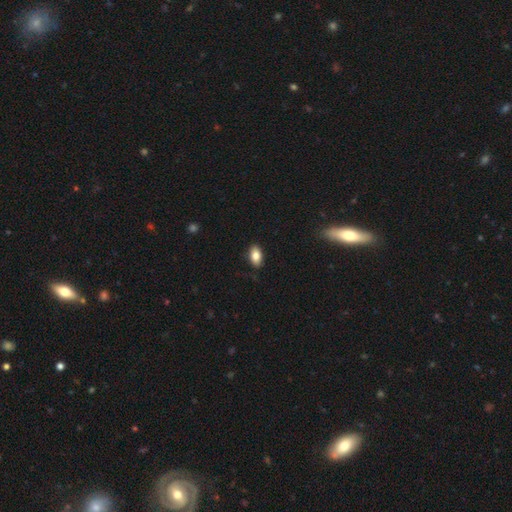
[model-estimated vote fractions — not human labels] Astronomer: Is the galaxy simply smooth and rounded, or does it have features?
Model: smooth — 82%.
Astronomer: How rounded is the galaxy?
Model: in between — 91%.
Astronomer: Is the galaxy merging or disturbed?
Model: none — 86%.